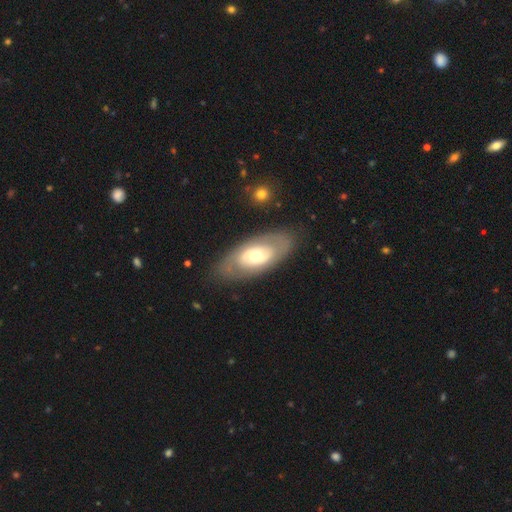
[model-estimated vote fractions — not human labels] Q: Smooth or featured?
A: featured or disk (58%); runner-up: smooth (37%)
Q: Edge-on disk?
A: no (88%); runner-up: yes (12%)
Q: Bar?
A: no (82%); runner-up: weak (13%)
Q: Spiral arms?
A: no (72%); runner-up: yes (28%)
Q: Bulge size?
A: moderate (58%); runner-up: small (30%)
Q: Merging?
A: none (80%); runner-up: minor disturbance (13%)